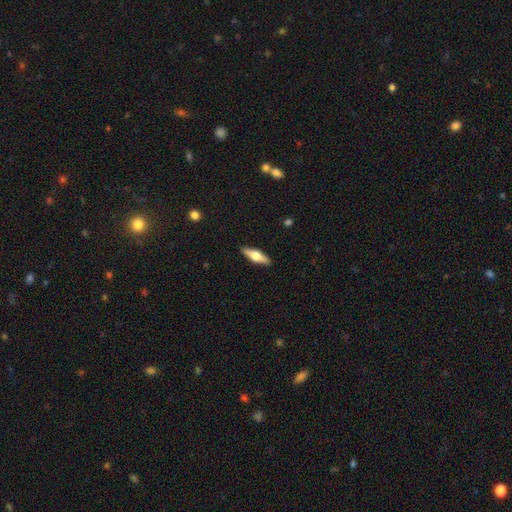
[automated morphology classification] featured or disk 56%, smooth 39%, star or artifact 6%. Down the decision tree: edge-on disk — yes (94%); edge-on bulge — rounded (94%); merging — none (91%).